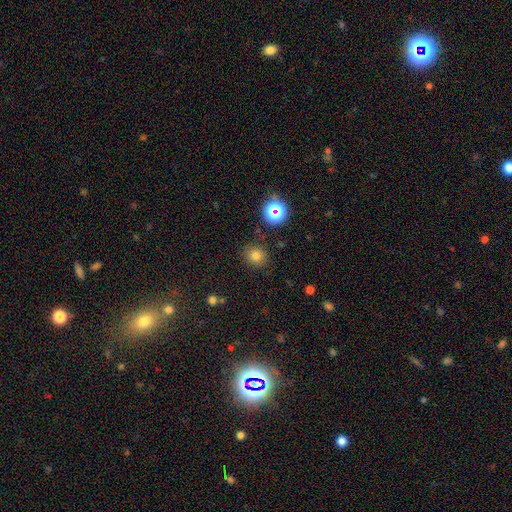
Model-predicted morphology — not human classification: smooth-or-featured: smooth: 75% | star or artifact: 18% | featured or disk: 7%
  how-rounded: round: 88% | in between: 11% | cigar-shaped: 1%
  merging: none: 87% | minor disturbance: 8% | major disturbance: 3% | merger: 2%